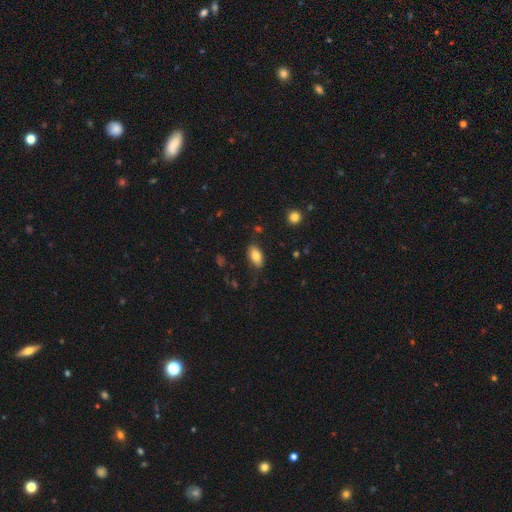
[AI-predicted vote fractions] Smooth or featured? Predicted: smooth (p=0.81). How rounded? Predicted: in between (p=0.92). Merging? Predicted: none (p=0.81).